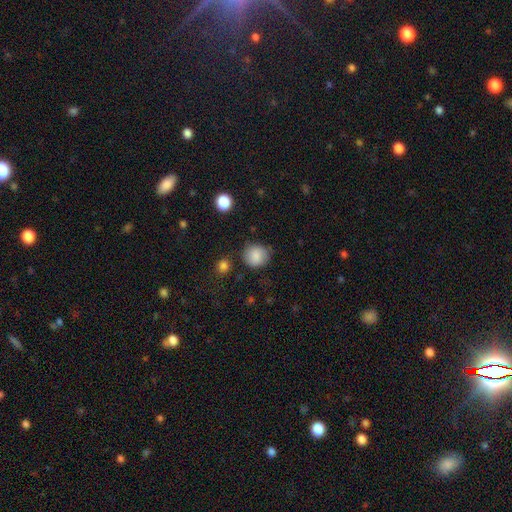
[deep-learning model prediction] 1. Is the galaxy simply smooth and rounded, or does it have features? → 85% smooth, 9% star or artifact, 6% featured or disk.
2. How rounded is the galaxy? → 83% round, 16% in between, 1% cigar-shaped.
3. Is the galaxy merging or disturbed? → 75% none, 17% minor disturbance, 5% major disturbance, 3% merger.